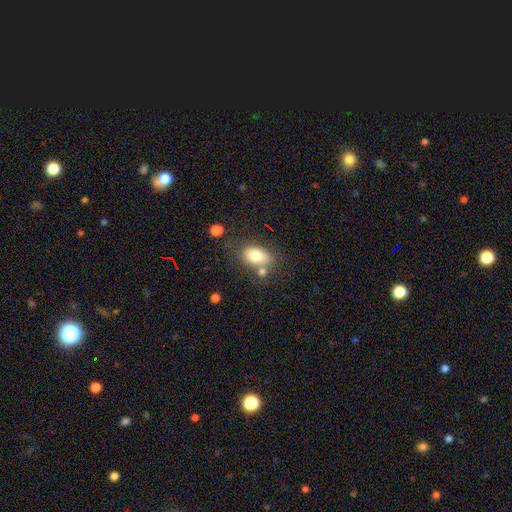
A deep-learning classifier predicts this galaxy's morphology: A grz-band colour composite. It shows a smooth galaxy with no disk features (77%) that is in between round and cigar-shaped (86%). Merging: none (62%).